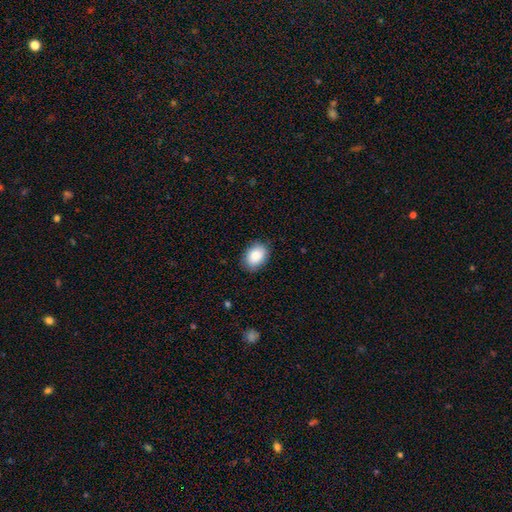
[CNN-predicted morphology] This appears to be a smooth galaxy with no disk features (86%) that is in between round and cigar-shaped (71%). Merging: none (84%).